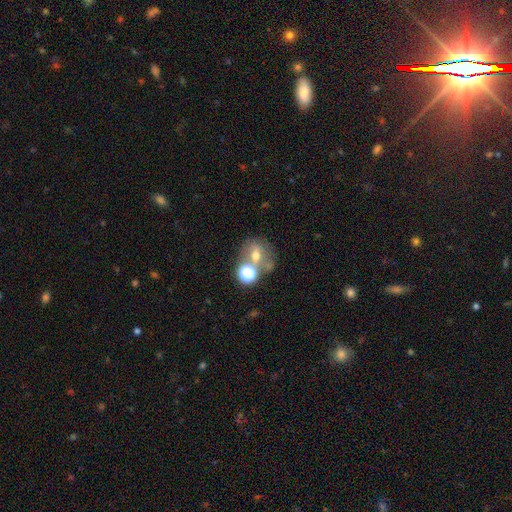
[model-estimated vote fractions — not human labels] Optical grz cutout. It shows a smooth galaxy with no disk features (56%) that is round (61%). Merging: none (44%).